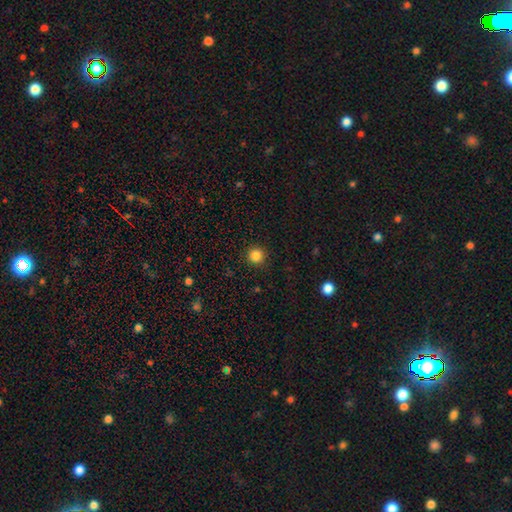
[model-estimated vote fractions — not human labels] This is clearly a smooth galaxy (85%). How rounded: clearly round (95%). Merging: clearly none (92%).